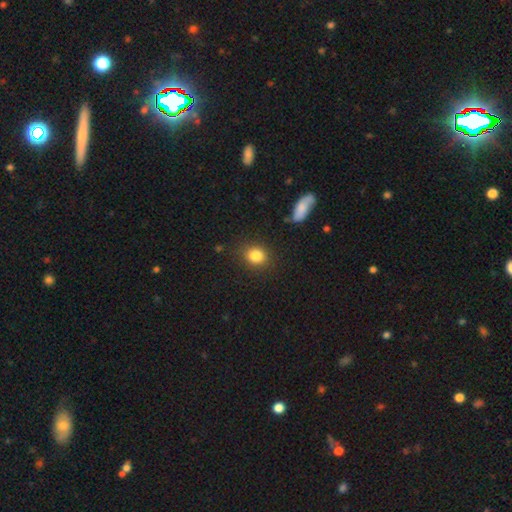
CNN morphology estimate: Smooth or featured?
  - smooth: 84% *
  - star or artifact: 10%
  - featured or disk: 6%
How rounded?
  - round: 67% *
  - in between: 31%
  - cigar-shaped: 1%
Merging?
  - none: 85% *
  - minor disturbance: 10%
  - major disturbance: 3%
  - merger: 2%